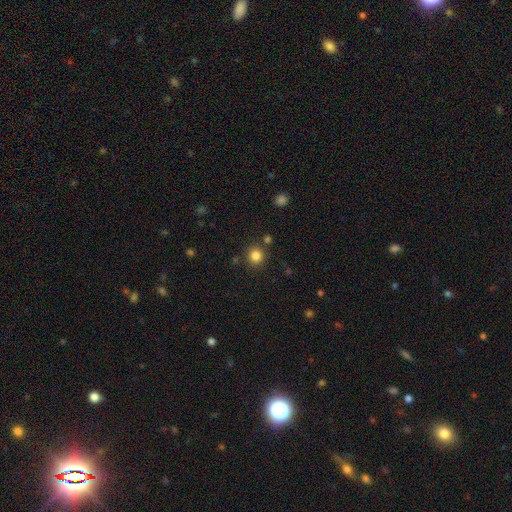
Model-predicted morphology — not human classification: A smooth galaxy with no disk features (83%) that is round (92%).

Vote fractions:
- Smooth or featured? smooth: 83% / star or artifact: 12% / featured or disk: 5%
- How rounded? round: 92% / in between: 7% / cigar-shaped: 1%
- Merging? none: 85% / minor disturbance: 7% / merger: 5% / major disturbance: 3%